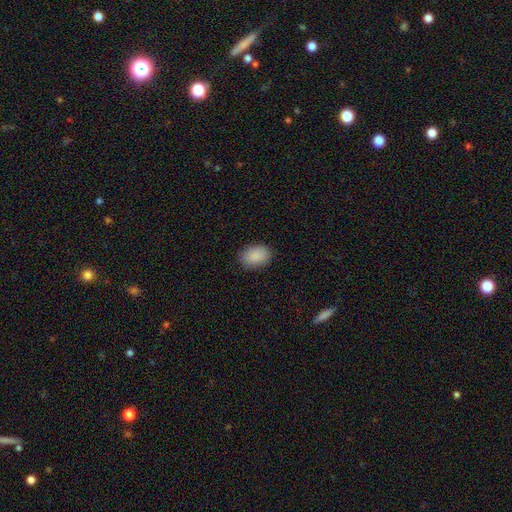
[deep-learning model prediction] The model was most divided on "how rounded": in between: 85%, round: 14%, cigar-shaped: 1%. More confident: smooth or featured — smooth (89%); merging — none (87%).